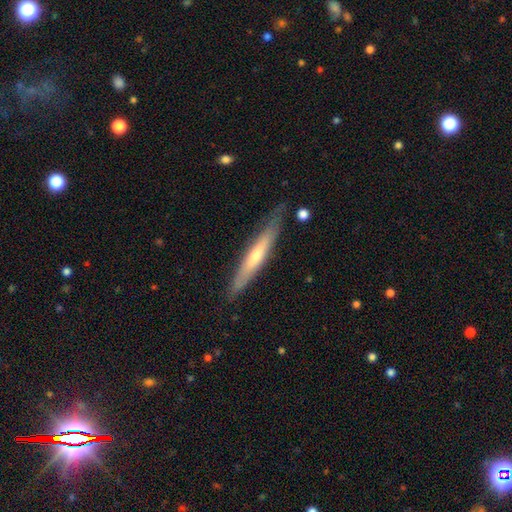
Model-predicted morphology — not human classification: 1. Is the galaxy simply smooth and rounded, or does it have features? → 49% featured or disk, 45% smooth, 6% star or artifact.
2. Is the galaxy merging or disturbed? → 79% none, 15% minor disturbance, 3% major disturbance, 2% merger.